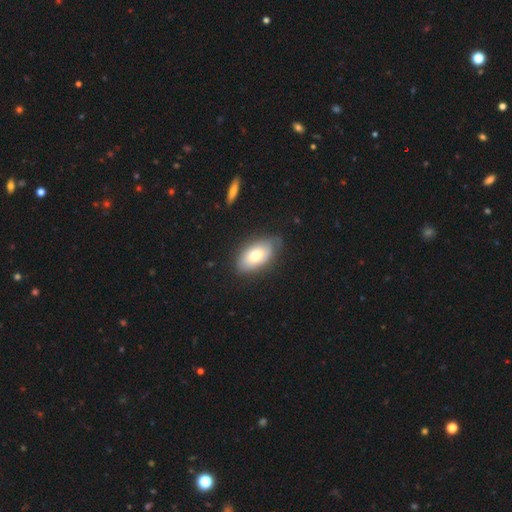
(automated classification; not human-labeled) A smooth galaxy with no disk features (67%) that is in between round and cigar-shaped (93%).

Vote fractions:
- Smooth or featured? smooth: 67% / featured or disk: 26% / star or artifact: 7%
- How rounded? in between: 93% / round: 5% / cigar-shaped: 2%
- Merging? none: 71% / minor disturbance: 23% / major disturbance: 5% / merger: 1%